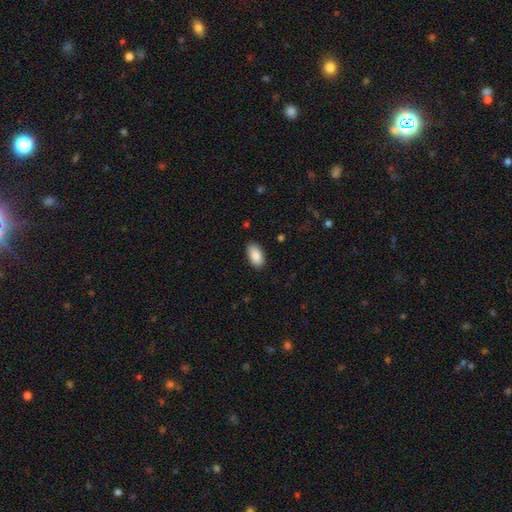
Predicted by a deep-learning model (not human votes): The model was most divided on "merging": none: 86%, minor disturbance: 11%, major disturbance: 2%, merger: 1%. More confident: how rounded — in between (94%); smooth or featured — smooth (89%).